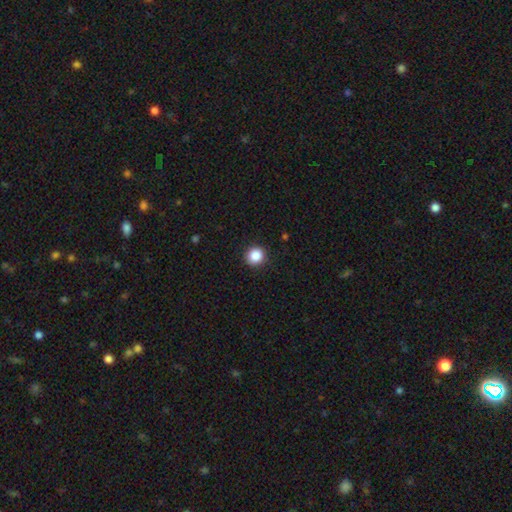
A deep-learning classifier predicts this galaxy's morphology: The model was most divided on "smooth or featured": smooth: 86%, star or artifact: 10%, featured or disk: 4%. More confident: how rounded — round (92%); merging — none (92%).